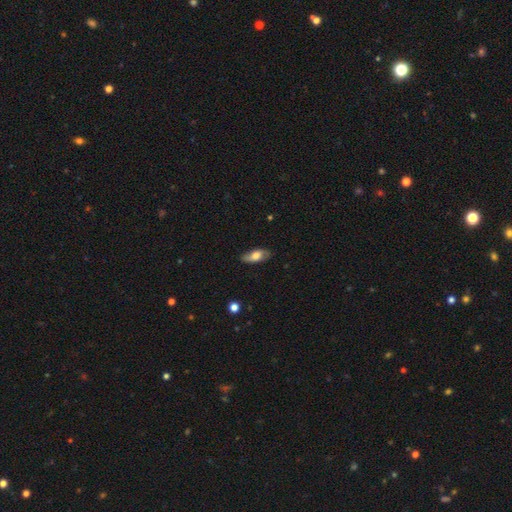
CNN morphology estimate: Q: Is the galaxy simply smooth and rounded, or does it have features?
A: smooth — 61%.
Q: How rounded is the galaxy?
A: in between — 81%.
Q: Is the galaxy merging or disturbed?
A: none — 80%.